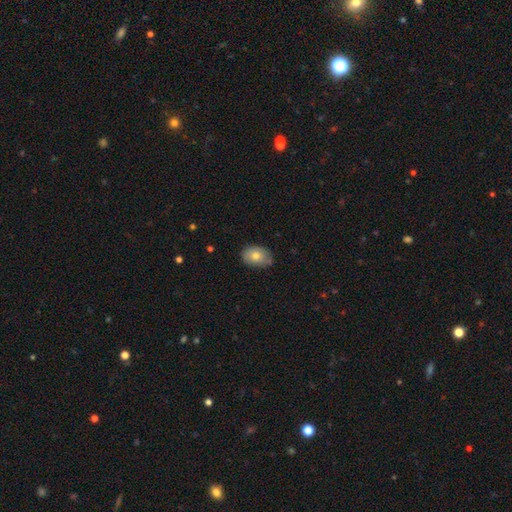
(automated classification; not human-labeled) A smooth galaxy with no disk features (75%) that is in between round and cigar-shaped (77%).

Vote fractions:
- Smooth or featured? smooth: 75% / featured or disk: 17% / star or artifact: 8%
- How rounded? in between: 77% / round: 22% / cigar-shaped: 1%
- Merging? none: 70% / minor disturbance: 25% / major disturbance: 4% / merger: 2%